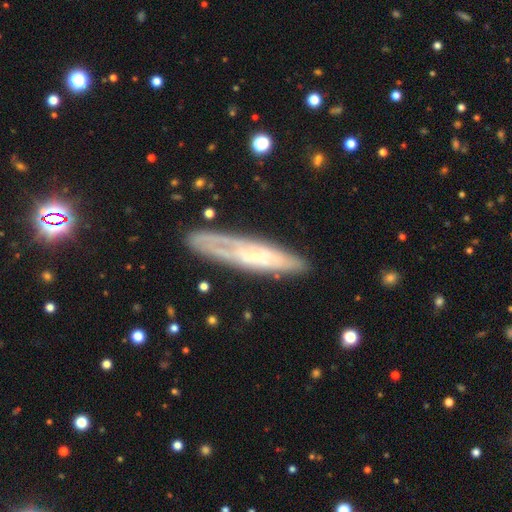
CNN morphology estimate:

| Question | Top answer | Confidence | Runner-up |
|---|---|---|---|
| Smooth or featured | featured or disk | 65% | smooth (28%) |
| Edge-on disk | no | 52% | yes (48%) |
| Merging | none | 74% | minor disturbance (18%) |